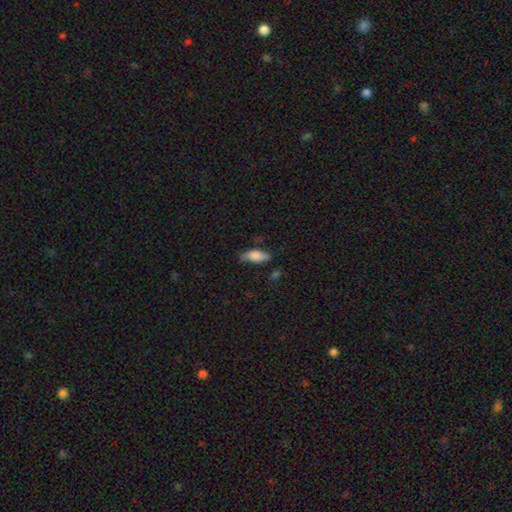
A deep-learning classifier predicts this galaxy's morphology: The model was most divided on "merging": none: 60%, minor disturbance: 29%, major disturbance: 8%, merger: 3%. More confident: how rounded — in between (80%); smooth or featured — smooth (76%).